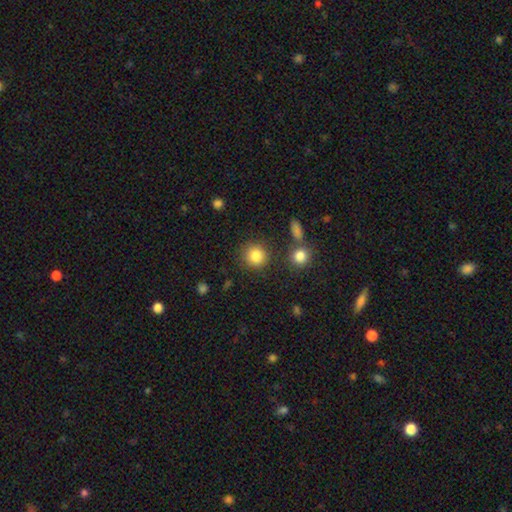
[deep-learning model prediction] smooth_or_featured: smooth (p=0.84) [alt: star or artifact p=0.10]
how_rounded: round (p=0.89) [alt: in between p=0.10]
merging: none (p=0.81) [alt: minor disturbance p=0.09]